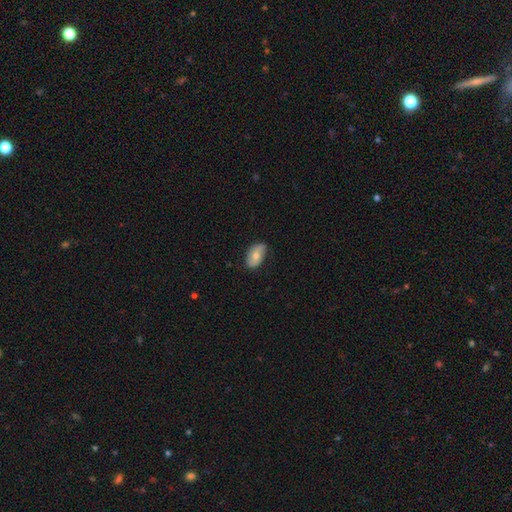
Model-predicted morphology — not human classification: This appears to be a smooth galaxy with no disk features (65%) that is in between round and cigar-shaped (92%). Merging: none (75%).